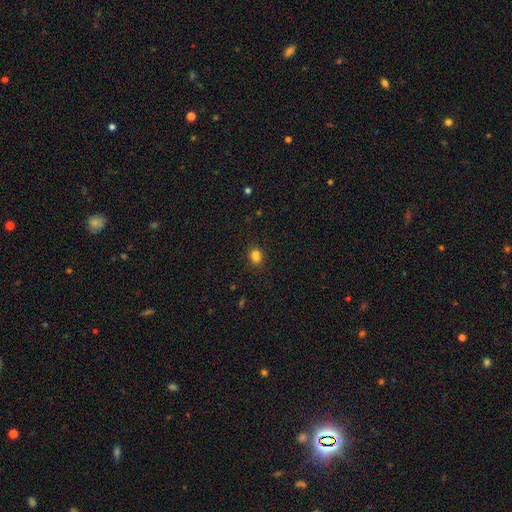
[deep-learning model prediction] A smooth galaxy with no disk features (78%) that is in between round and cigar-shaped (55%). Merging: none (68%).